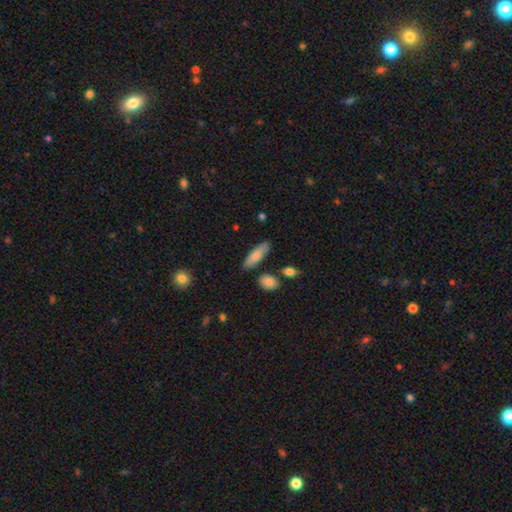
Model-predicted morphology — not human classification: Smooth or featured: smooth — 78% (featured or disk — 16%)
How rounded: in between — 50% (cigar-shaped — 47%)
Merging: none — 80% (minor disturbance — 13%)